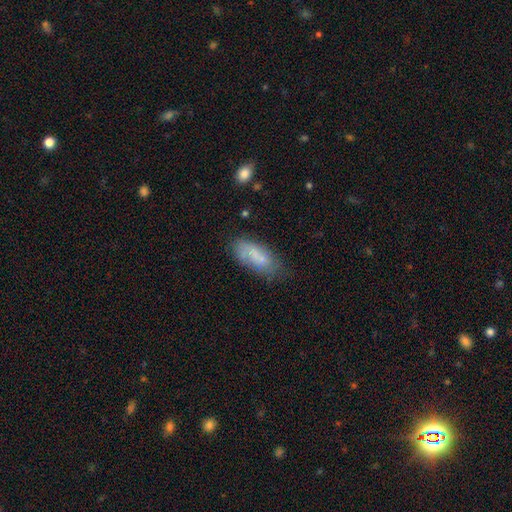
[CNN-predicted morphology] Smooth or featured? smooth (63%)
How rounded? in between (80%)
Merging? none (55%)